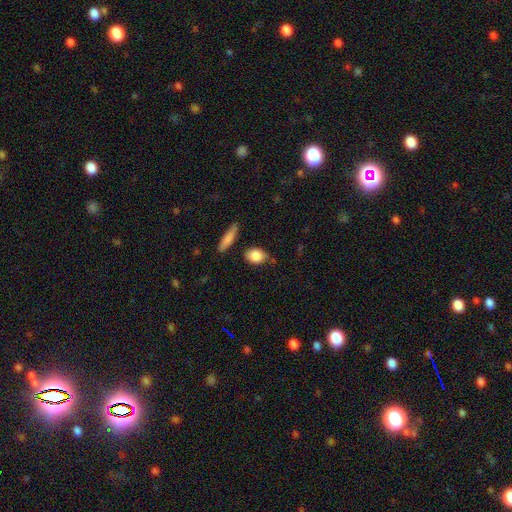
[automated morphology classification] This appears to be a smooth galaxy with no disk features (85%) that is in between round and cigar-shaped (65%). Merging: none (70%).